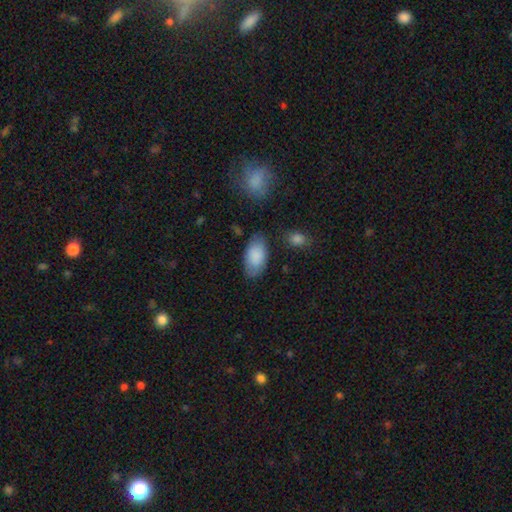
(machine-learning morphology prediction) A smooth galaxy with no disk features (86%) that is in between round and cigar-shaped (94%). Merging: none (75%).